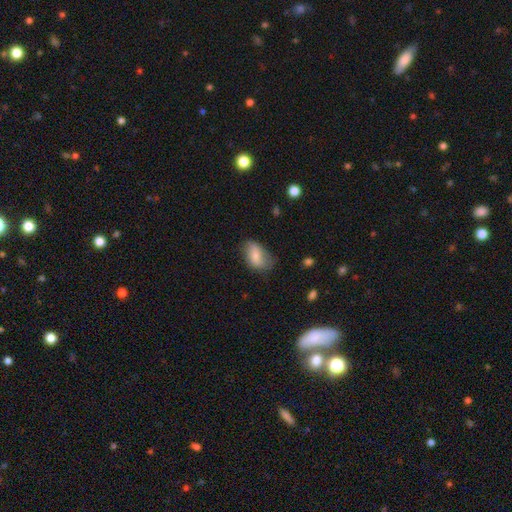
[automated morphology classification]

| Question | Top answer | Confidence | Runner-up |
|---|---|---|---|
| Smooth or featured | smooth | 70% | featured or disk (23%) |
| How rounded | in between | 89% | round (8%) |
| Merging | none | 57% | minor disturbance (32%) |